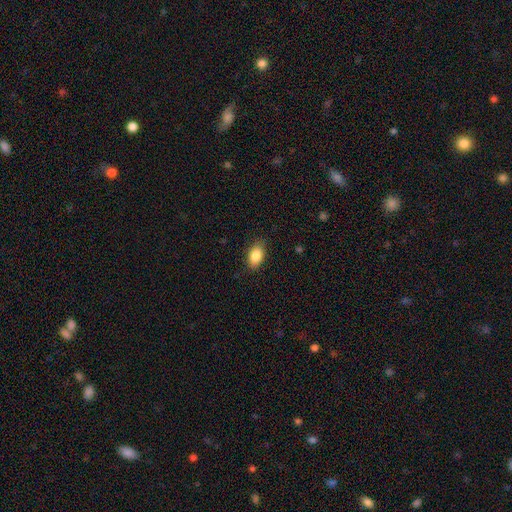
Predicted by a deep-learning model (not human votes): Smooth or featured: smooth — 85% (star or artifact — 8%)
How rounded: in between — 89% (round — 9%)
Merging: none — 83% (minor disturbance — 13%)